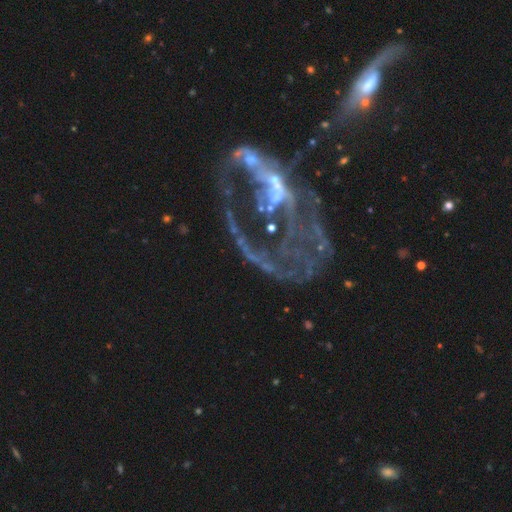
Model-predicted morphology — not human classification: A featured or disk galaxy (75%) with no bar (62%), no spiral arms (53%) and no central bulge (45%).

Vote fractions:
- Smooth or featured? featured or disk: 75% / star or artifact: 17% / smooth: 9%
- Edge-on disk? no: 96% / yes: 4%
- Bar? no: 62% / weak: 23% / strong: 15%
- Spiral arms? no: 53% / yes: 47%
- Bulge size? none: 45% / small: 29% / moderate: 20% / large: 4% / dominant: 2%
- Merging? major disturbance: 47% / merger: 26% / none: 18% / minor disturbance: 9%